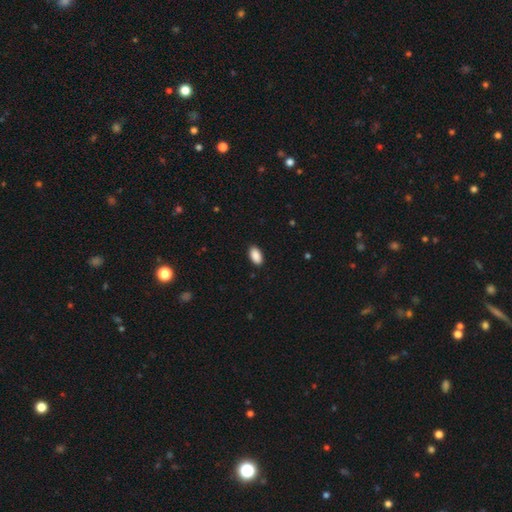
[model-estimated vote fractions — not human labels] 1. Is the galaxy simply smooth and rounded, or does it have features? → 90% smooth, 7% star or artifact, 3% featured or disk.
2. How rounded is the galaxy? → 95% in between, 3% round, 2% cigar-shaped.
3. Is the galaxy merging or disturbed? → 89% none, 8% minor disturbance, 2% major disturbance, 1% merger.